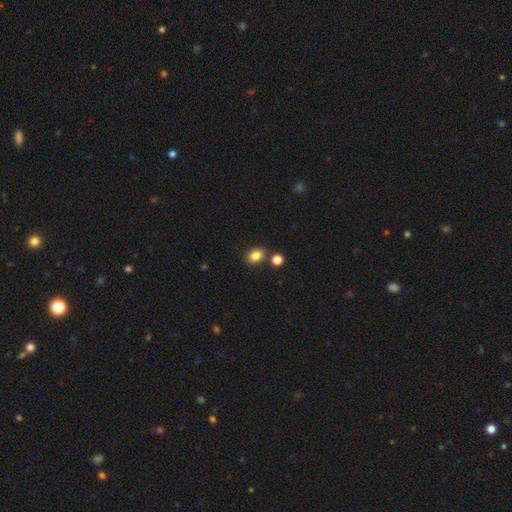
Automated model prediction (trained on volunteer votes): Smooth or featured: smooth — 84% (star or artifact — 11%)
How rounded: round — 51% (in between — 49%)
Merging: none — 77% (merger — 11%)